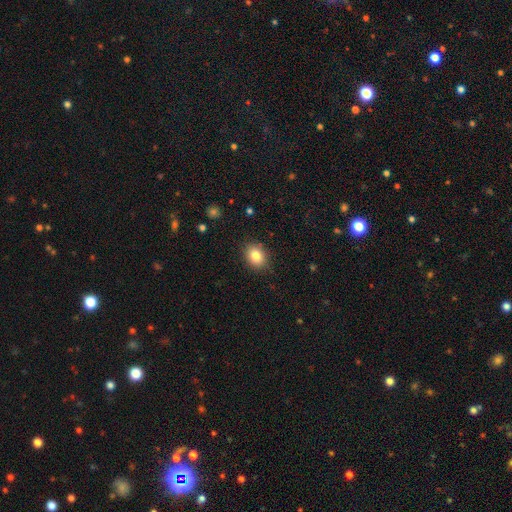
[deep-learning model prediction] Overall: smooth (84%). How rounded: in between (56%; round 43%). Merging: none (87%).